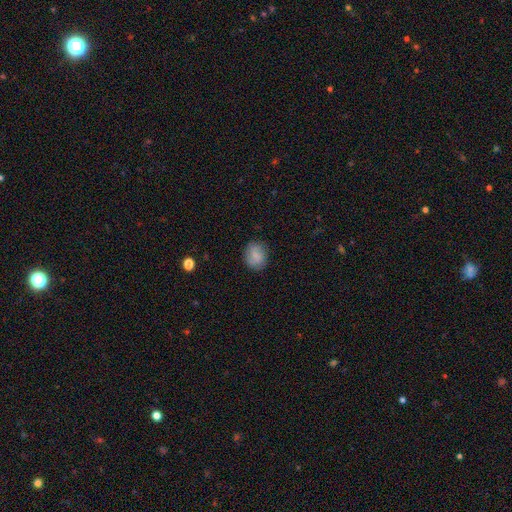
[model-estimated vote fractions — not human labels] The model was most divided on "how rounded": round: 59%, in between: 40%, cigar-shaped: 1%. More confident: merging — none (80%); smooth or featured — smooth (79%).